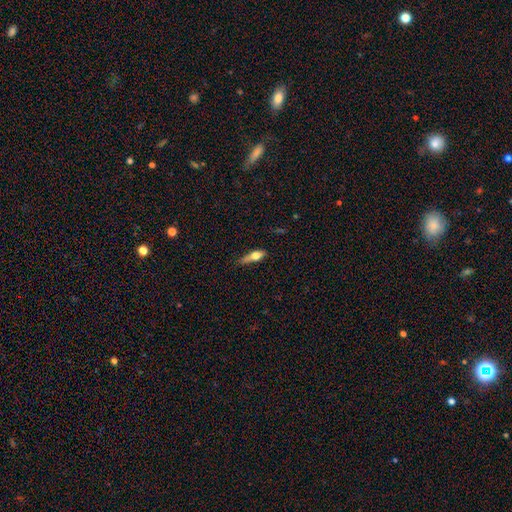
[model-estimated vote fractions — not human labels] smooth_or_featured: smooth (p=0.60) [alt: featured or disk p=0.33]
how_rounded: cigar-shaped (p=0.50) [alt: in between p=0.46]
merging: none (p=0.53) [alt: minor disturbance p=0.32]